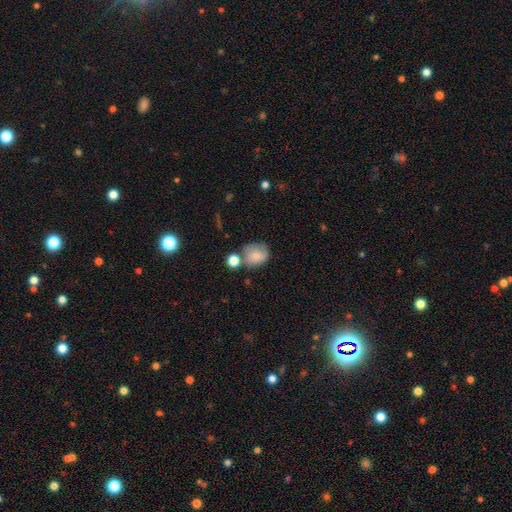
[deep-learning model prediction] Overall: smooth (76%). How rounded: round (66%; in between 33%). Merging: none (49%; minor disturbance 22%).